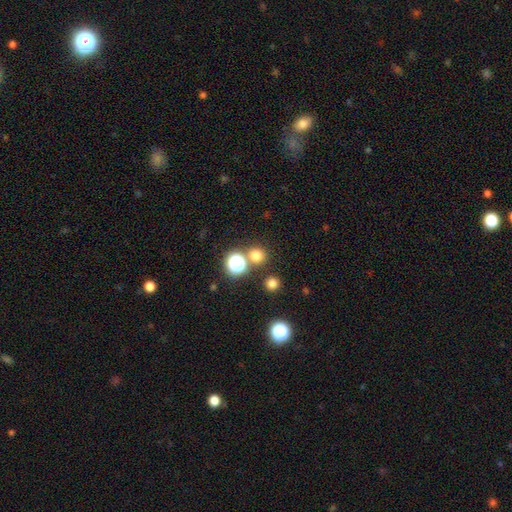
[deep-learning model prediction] This is likely a smooth galaxy (71%). How rounded: clearly round (90%). Merging: likely none (76%).